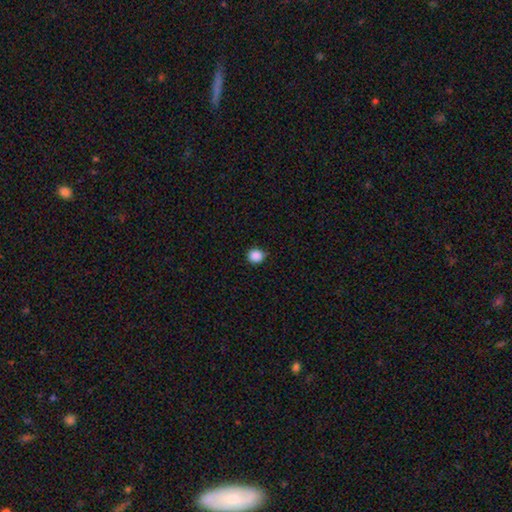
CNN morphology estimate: smooth-or-featured: smooth: 87% | star or artifact: 10% | featured or disk: 2%
  how-rounded: round: 85% | in between: 14% | cigar-shaped: 1%
  merging: none: 84% | minor disturbance: 12% | major disturbance: 2% | merger: 1%